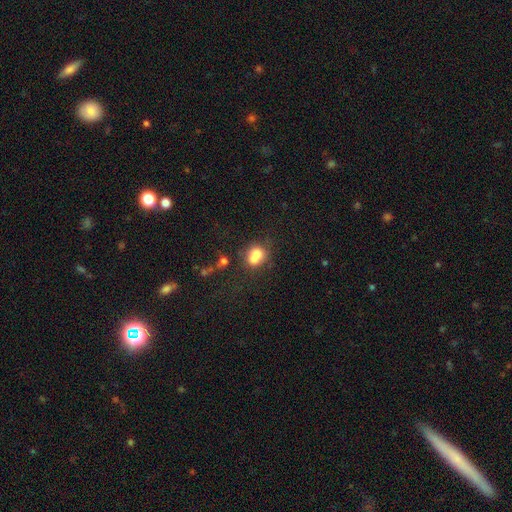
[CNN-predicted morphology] Smooth or featured: smooth — 76% (featured or disk — 12%)
How rounded: in between — 57% (round — 42%)
Merging: none — 42% (merger — 30%)